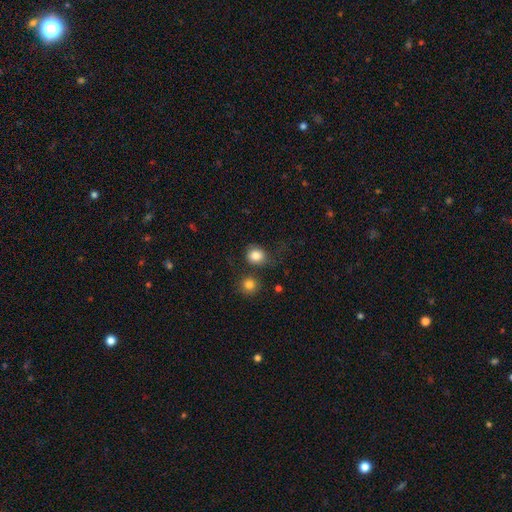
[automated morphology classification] Smooth or featured: smooth — 84% (star or artifact — 10%)
How rounded: round — 77% (in between — 23%)
Merging: none — 62% (minor disturbance — 18%)